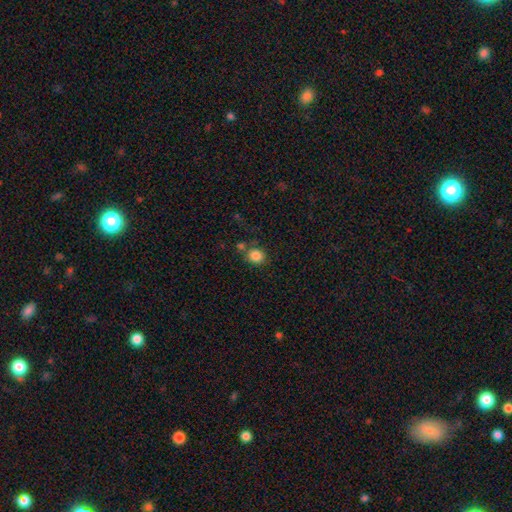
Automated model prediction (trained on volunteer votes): Q: Smooth or featured?
A: smooth (85%); runner-up: star or artifact (10%)
Q: How rounded?
A: round (78%); runner-up: in between (21%)
Q: Merging?
A: none (68%); runner-up: merger (15%)